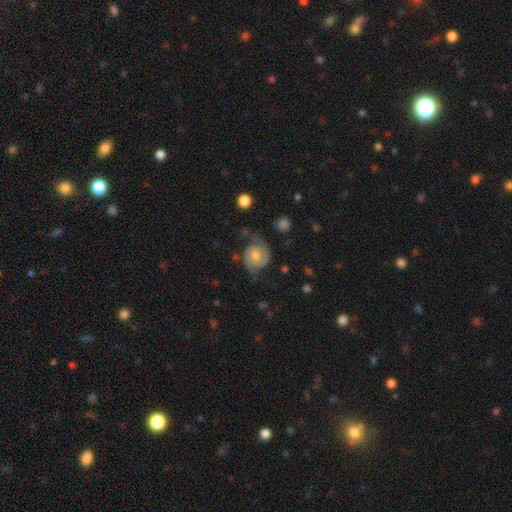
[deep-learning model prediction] Morphology: type=featured or disk (72%); edge-on=no (98%); bar=no (72%); spiral arms=yes (93%); winding=medium (42%); arm count=2 (83%); bulge=moderate (61%); merging=none (55%).